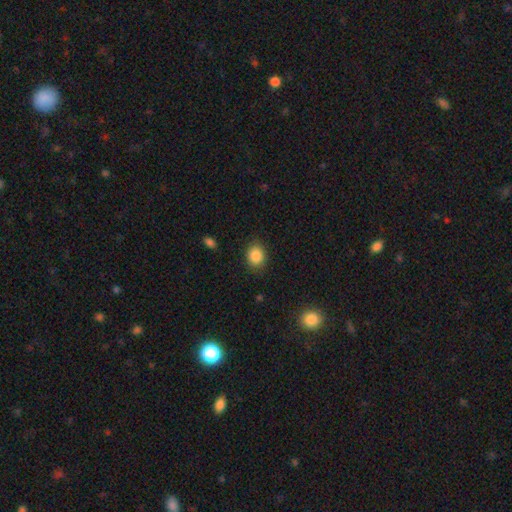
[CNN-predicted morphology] Smooth or featured?
  - smooth: 87% *
  - star or artifact: 9%
  - featured or disk: 4%
How rounded?
  - round: 53% *
  - in between: 46%
  - cigar-shaped: 1%
Merging?
  - none: 85% *
  - minor disturbance: 11%
  - major disturbance: 3%
  - merger: 1%